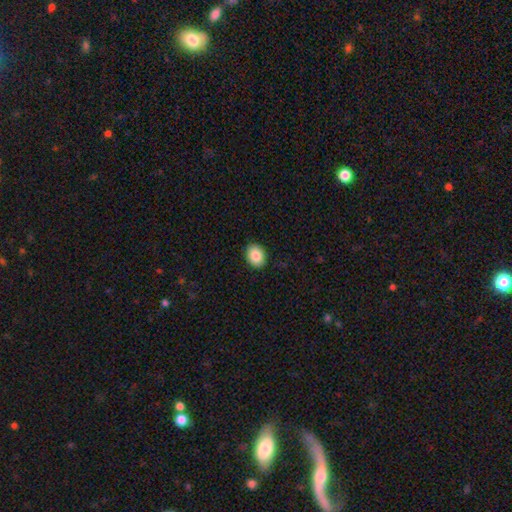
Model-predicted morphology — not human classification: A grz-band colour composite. It shows a smooth galaxy with no disk features (86%) that is in between round and cigar-shaped (60%). Merging: none (91%).